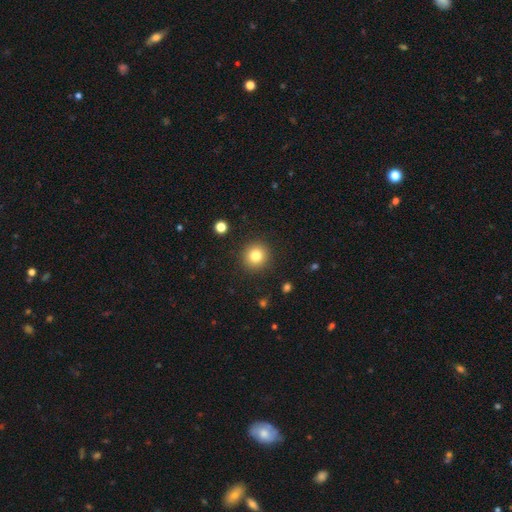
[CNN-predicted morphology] Q: Smooth or featured?
A: smooth (81%); runner-up: star or artifact (11%)
Q: How rounded?
A: round (93%); runner-up: in between (6%)
Q: Merging?
A: none (90%); runner-up: minor disturbance (6%)